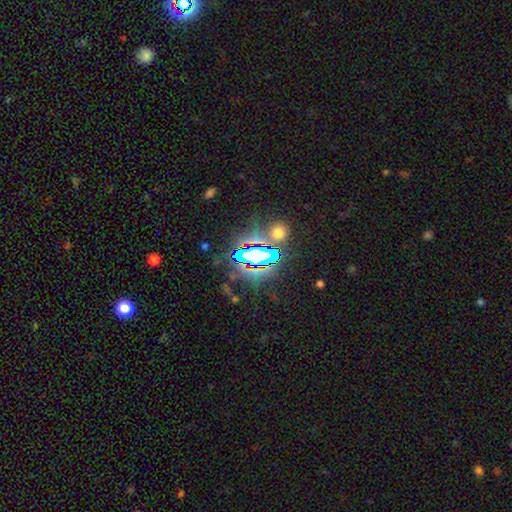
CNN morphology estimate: The model was most divided on "smooth or featured": star or artifact: 73%, smooth: 15%, featured or disk: 12%.